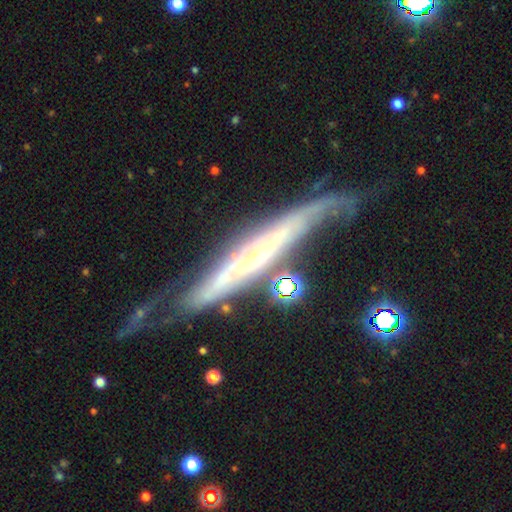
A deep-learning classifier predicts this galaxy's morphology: This appears to be a featured or disk galaxy (82%) viewed edge-on (59%). Merging: none (53%).